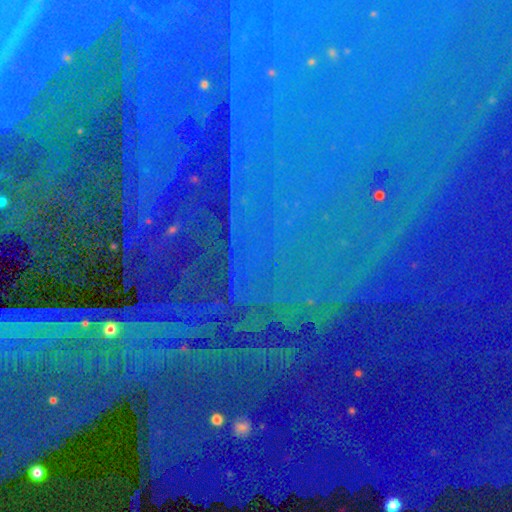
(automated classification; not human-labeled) Q: Smooth or featured?
A: star or artifact (89%); runner-up: featured or disk (6%)